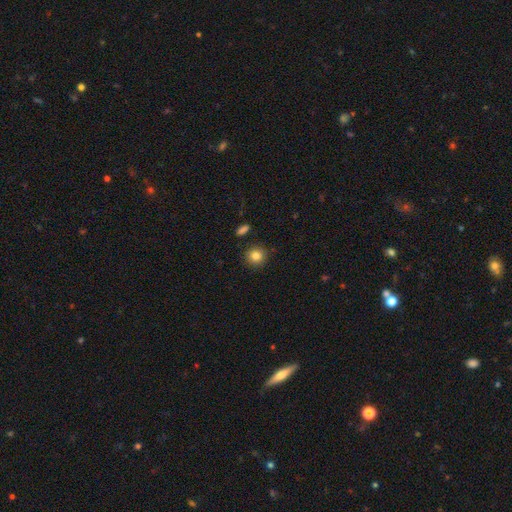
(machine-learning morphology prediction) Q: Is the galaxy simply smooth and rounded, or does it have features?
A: smooth — 83%.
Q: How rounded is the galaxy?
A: round — 91%.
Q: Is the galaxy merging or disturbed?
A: none — 89%.